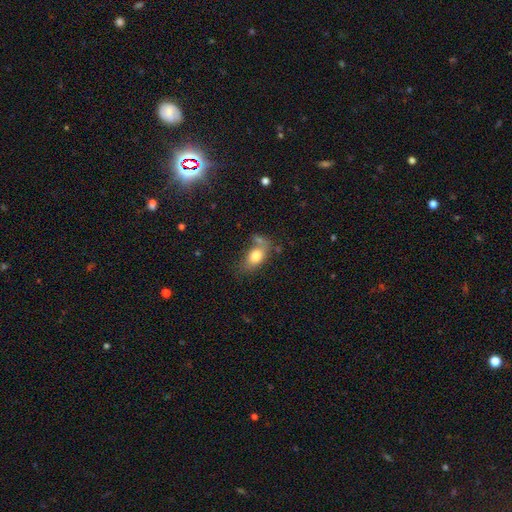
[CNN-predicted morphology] Q: Smooth or featured?
A: smooth (77%); runner-up: featured or disk (15%)
Q: How rounded?
A: in between (84%); runner-up: round (13%)
Q: Merging?
A: none (46%); runner-up: merger (22%)